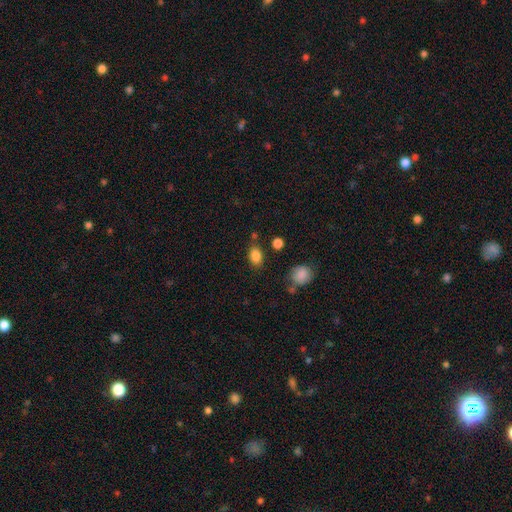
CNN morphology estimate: The model was most divided on "how rounded": in between: 77%, round: 21%, cigar-shaped: 1%. More confident: smooth or featured — smooth (85%); merging — none (75%).